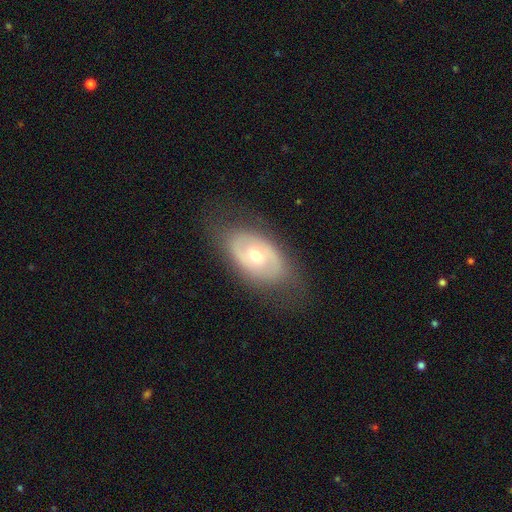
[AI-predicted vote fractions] Smooth or featured? featured or disk (59%)
Edge-on disk? no (91%)
Bar? no (66%)
Spiral arms? no (59%)
Bulge size? moderate (67%)
Merging? none (75%)